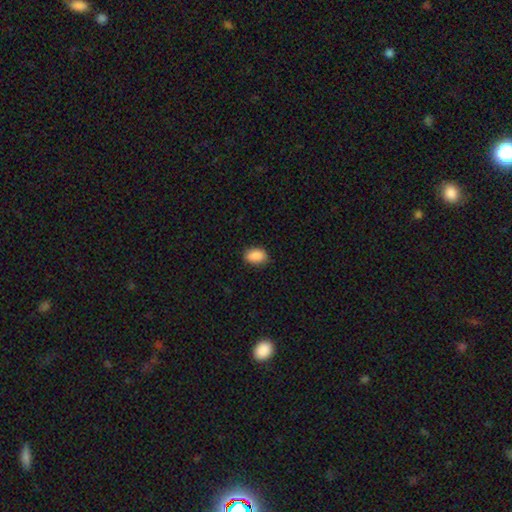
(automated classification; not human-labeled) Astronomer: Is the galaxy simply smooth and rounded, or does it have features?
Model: smooth — 90%.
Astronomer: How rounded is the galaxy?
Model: in between — 86%.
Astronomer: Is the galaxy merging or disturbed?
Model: none — 85%.